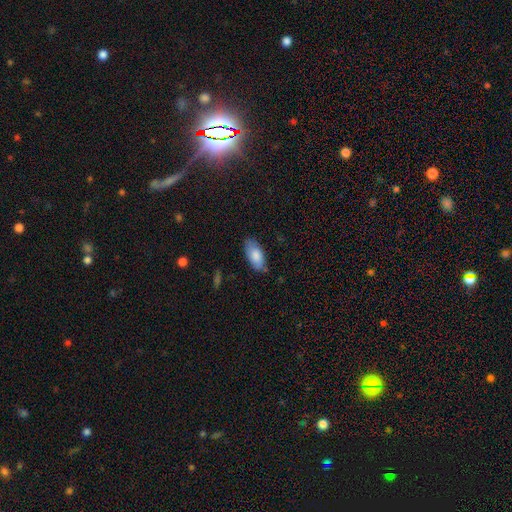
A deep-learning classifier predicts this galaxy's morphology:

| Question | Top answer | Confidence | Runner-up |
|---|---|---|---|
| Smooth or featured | smooth | 82% | featured or disk (12%) |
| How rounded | in between | 91% | cigar-shaped (7%) |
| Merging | none | 75% | minor disturbance (20%) |